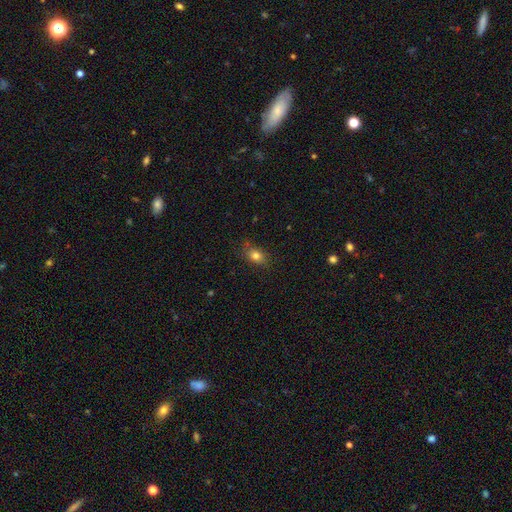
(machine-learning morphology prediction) smooth-or-featured: smooth: 81% | star or artifact: 11% | featured or disk: 8%
  how-rounded: in between: 75% | round: 23% | cigar-shaped: 2%
  merging: none: 78% | minor disturbance: 16% | major disturbance: 4% | merger: 2%